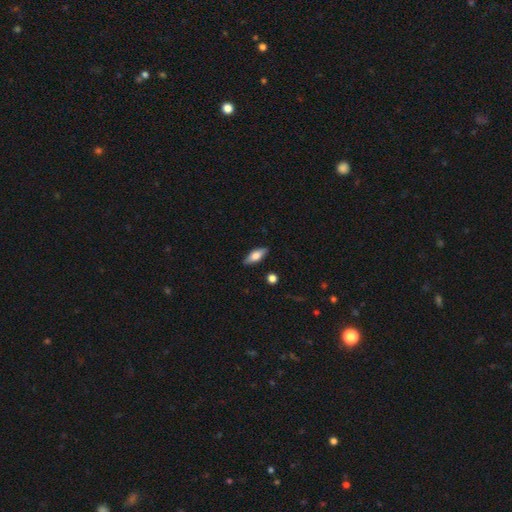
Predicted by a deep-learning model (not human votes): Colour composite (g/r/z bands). It shows a smooth galaxy with no disk features (62%) that is in between round and cigar-shaped (71%). Merging: none (87%).